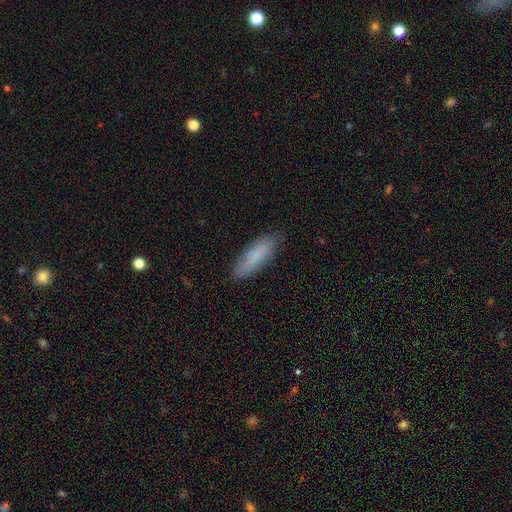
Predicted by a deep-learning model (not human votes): Overall: smooth (81%). How rounded: cigar-shaped (61%; in between 38%). Merging: none (83%).